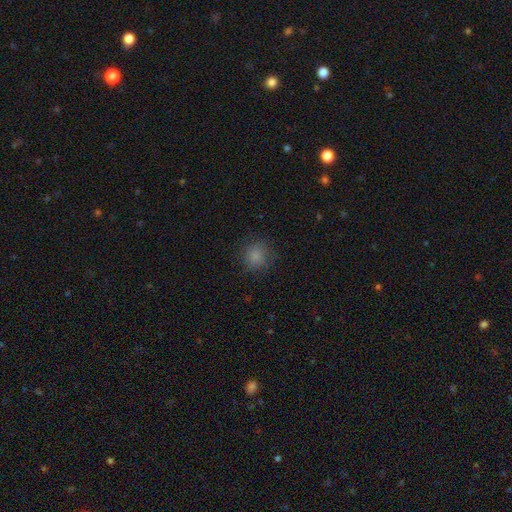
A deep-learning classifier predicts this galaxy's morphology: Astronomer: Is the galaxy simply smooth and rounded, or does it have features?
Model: smooth — 83%.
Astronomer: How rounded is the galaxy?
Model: round — 86%.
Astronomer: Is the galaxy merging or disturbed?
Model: none — 82%.